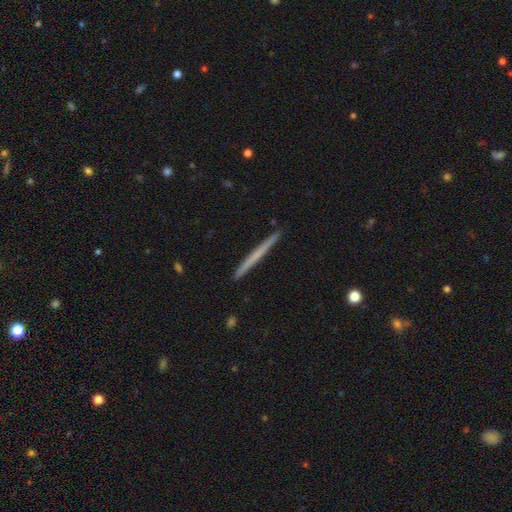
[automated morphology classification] smooth 50%, featured or disk 45%, star or artifact 5%. Down the decision tree: merging — none (93%).